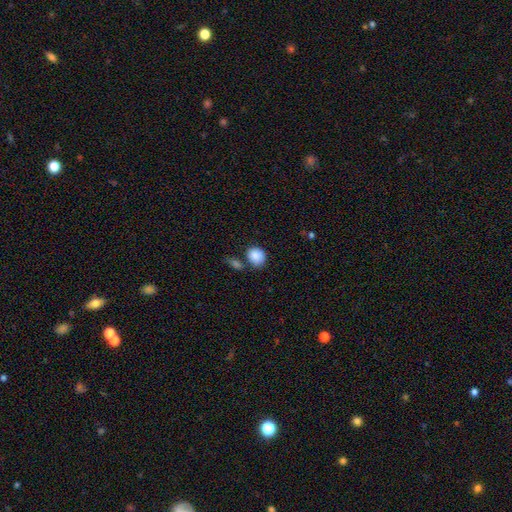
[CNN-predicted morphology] Smooth or featured?
  - smooth: 88% *
  - star or artifact: 8%
  - featured or disk: 4%
How rounded?
  - round: 71% *
  - in between: 28%
  - cigar-shaped: 1%
Merging?
  - none: 64% *
  - minor disturbance: 16%
  - merger: 15%
  - major disturbance: 5%